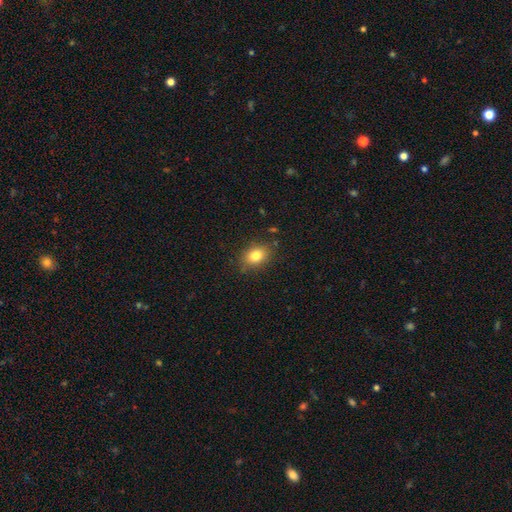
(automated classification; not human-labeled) Morphology: type=smooth (80%); roundness=in between (67%); merging=none (83%).